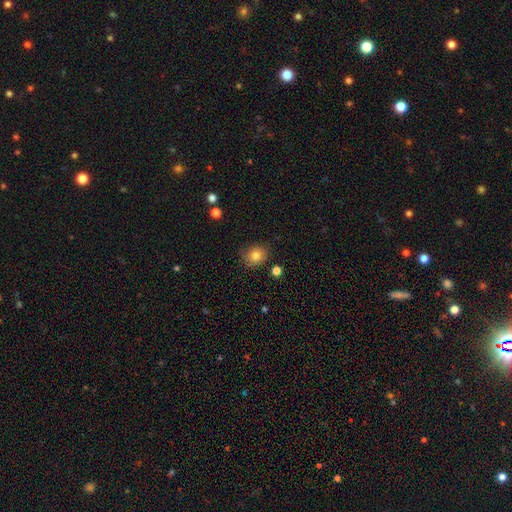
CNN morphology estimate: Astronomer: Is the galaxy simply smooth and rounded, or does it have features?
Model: smooth — 83%.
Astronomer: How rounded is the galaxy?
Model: round — 67%.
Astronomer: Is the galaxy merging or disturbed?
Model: none — 78%.